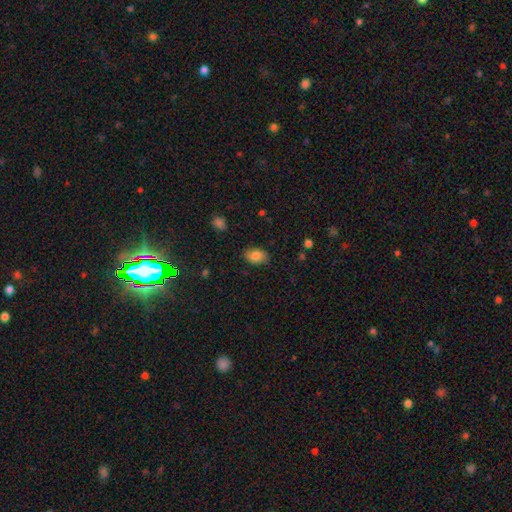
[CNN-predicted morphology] Smooth or featured?
  - smooth: 80% *
  - featured or disk: 11%
  - star or artifact: 8%
How rounded?
  - in between: 87% *
  - round: 12%
  - cigar-shaped: 1%
Merging?
  - none: 81% *
  - minor disturbance: 15%
  - major disturbance: 3%
  - merger: 1%